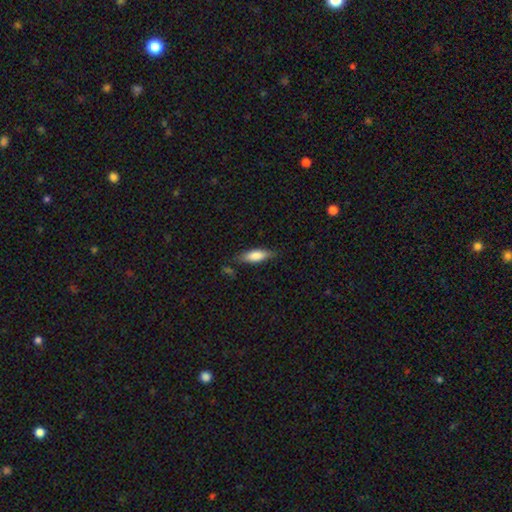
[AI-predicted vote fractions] smooth_or_featured: smooth (p=0.78) [alt: featured or disk p=0.16]
how_rounded: in between (p=0.56) [alt: cigar-shaped p=0.42]
merging: none (p=0.78) [alt: minor disturbance p=0.16]